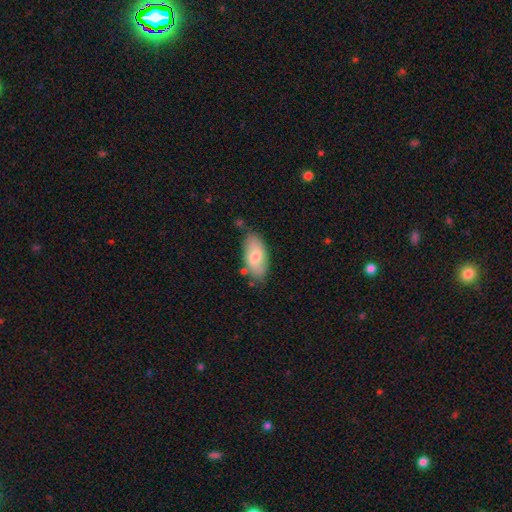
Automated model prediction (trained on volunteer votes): Smooth or featured: smooth — 70% (featured or disk — 24%)
How rounded: in between — 92% (cigar-shaped — 5%)
Merging: none — 76% (minor disturbance — 17%)